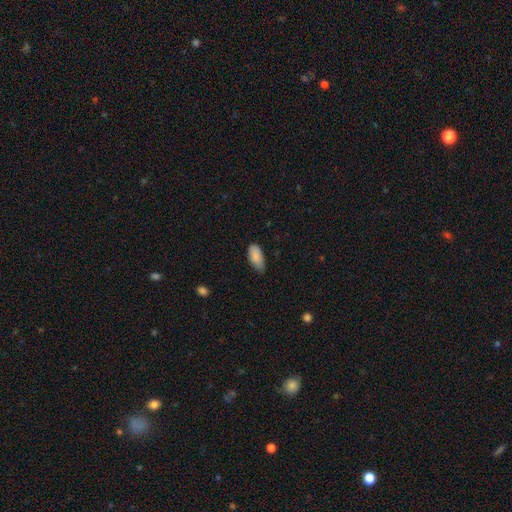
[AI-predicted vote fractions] smooth 87%, featured or disk 7%, star or artifact 6%. Down the decision tree: how rounded — in between (91%); merging — none (63%).